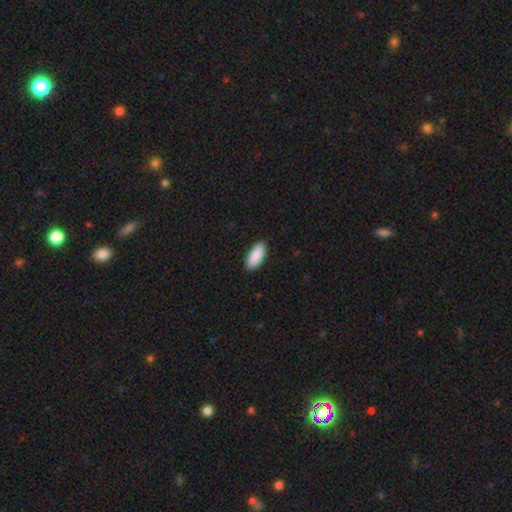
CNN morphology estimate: Q: Smooth or featured?
A: smooth (91%); runner-up: star or artifact (5%)
Q: How rounded?
A: in between (87%); runner-up: cigar-shaped (11%)
Q: Merging?
A: none (90%); runner-up: minor disturbance (8%)